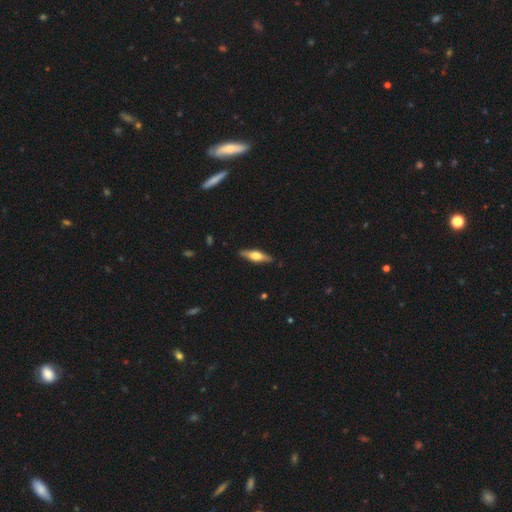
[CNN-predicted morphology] Smooth or featured? Predicted: featured or disk (p=0.55). Edge-on disk? Predicted: yes (p=0.94). Edge-on bulge? Predicted: rounded (p=0.90). Merging? Predicted: none (p=0.89).